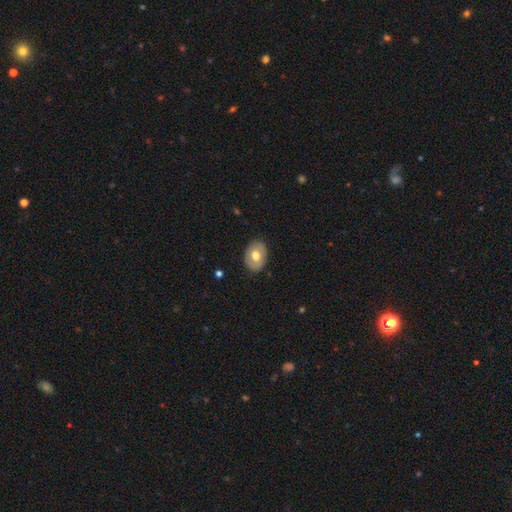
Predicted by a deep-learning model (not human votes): smooth_or_featured: smooth (p=0.65) [alt: featured or disk p=0.29]
how_rounded: in between (p=0.72) [alt: round p=0.27]
merging: none (p=0.85) [alt: minor disturbance p=0.11]